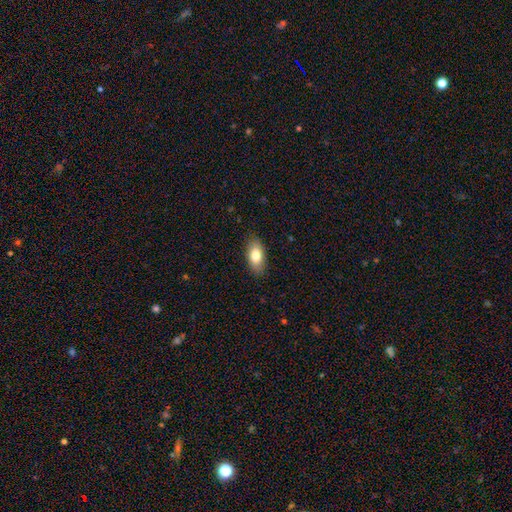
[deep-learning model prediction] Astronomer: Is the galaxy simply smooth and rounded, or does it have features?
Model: smooth — 79%.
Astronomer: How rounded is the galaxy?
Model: in between — 89%.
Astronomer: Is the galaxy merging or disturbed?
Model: none — 86%.